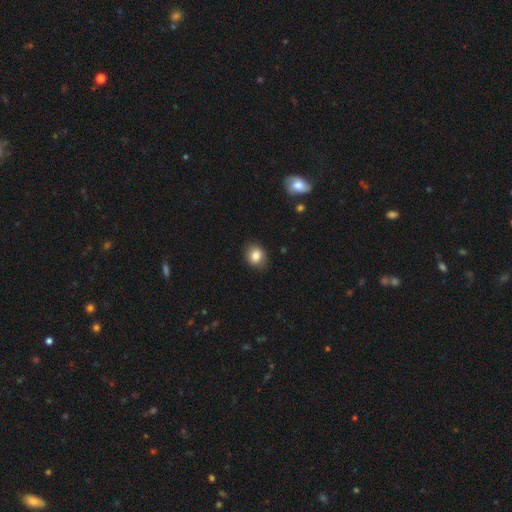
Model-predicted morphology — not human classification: type=smooth (83%); roundness=round (54%); merging=none (83%).